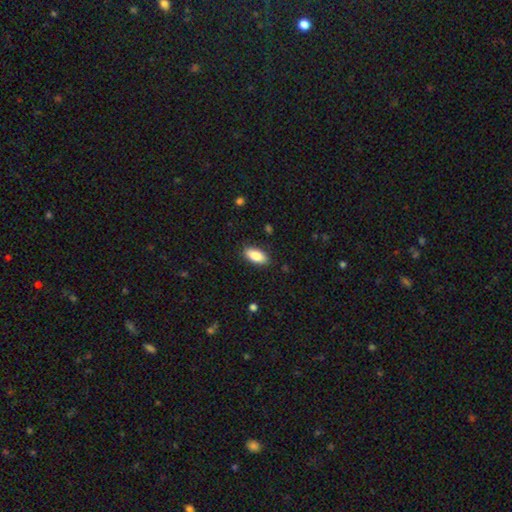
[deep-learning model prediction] A smooth galaxy with no disk features (84%) that is in between round and cigar-shaped (89%). Merging: none (88%).